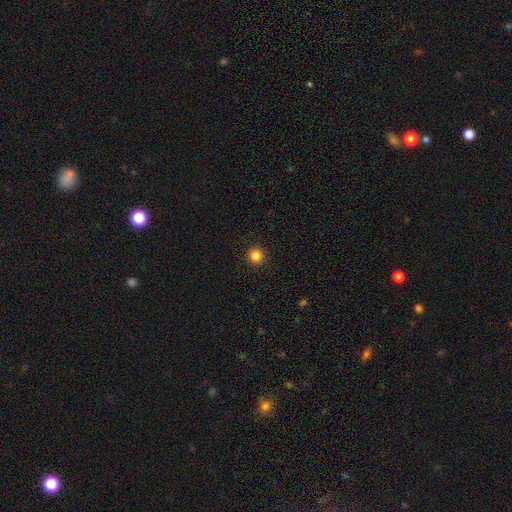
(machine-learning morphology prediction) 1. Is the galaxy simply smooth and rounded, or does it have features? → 84% smooth, 12% star or artifact, 4% featured or disk.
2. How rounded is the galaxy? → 96% round, 3% in between, 1% cigar-shaped.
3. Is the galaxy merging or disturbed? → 93% none, 4% minor disturbance, 2% major disturbance, 1% merger.